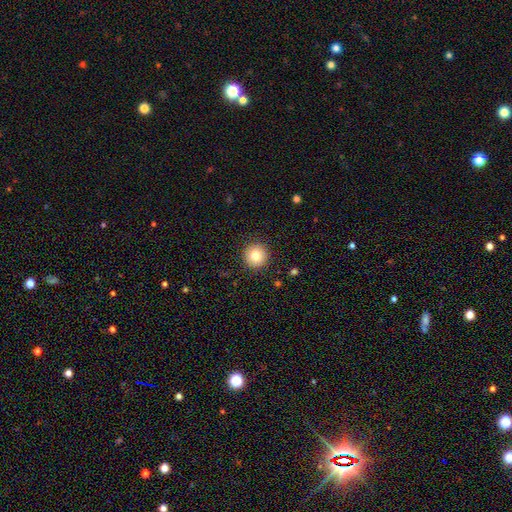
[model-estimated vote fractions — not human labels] Overall: smooth (82%). How rounded: round (95%). Merging: none (91%).